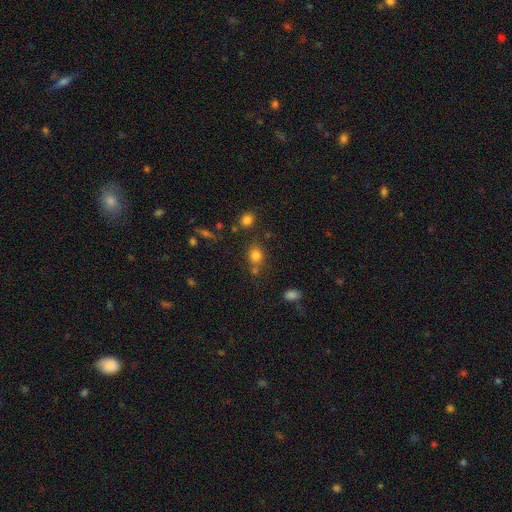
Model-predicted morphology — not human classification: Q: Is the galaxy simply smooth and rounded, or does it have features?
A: smooth — 79%.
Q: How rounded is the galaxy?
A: round — 65%.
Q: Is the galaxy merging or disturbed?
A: none — 64%.